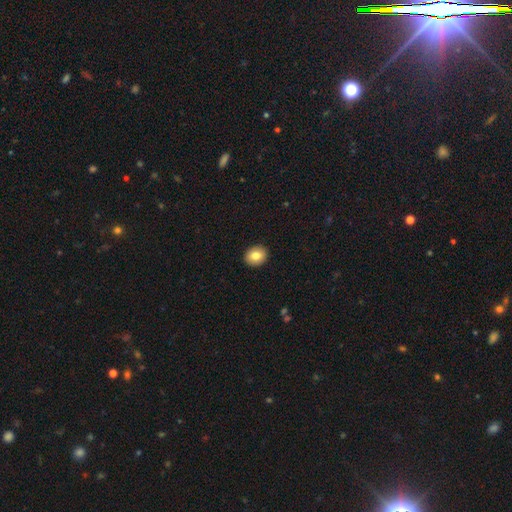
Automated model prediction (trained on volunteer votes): Smooth or featured?
  - smooth: 81% *
  - featured or disk: 10%
  - star or artifact: 8%
How rounded?
  - round: 60% *
  - in between: 39%
  - cigar-shaped: 1%
Merging?
  - none: 92% *
  - minor disturbance: 6%
  - major disturbance: 1%
  - merger: 1%